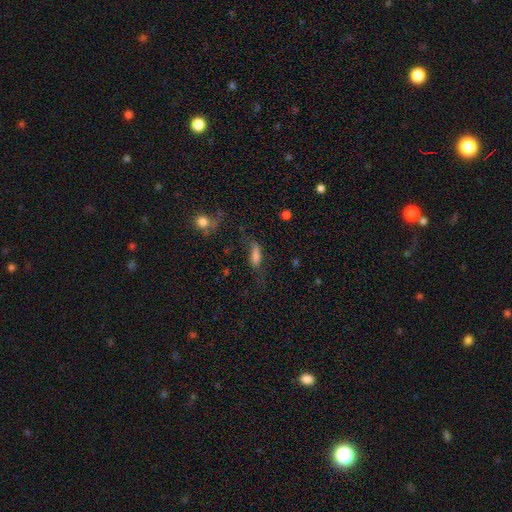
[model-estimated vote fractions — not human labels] This is likely a smooth galaxy (68%). How rounded: possibly in between (51%). Merging: possibly none (46%).